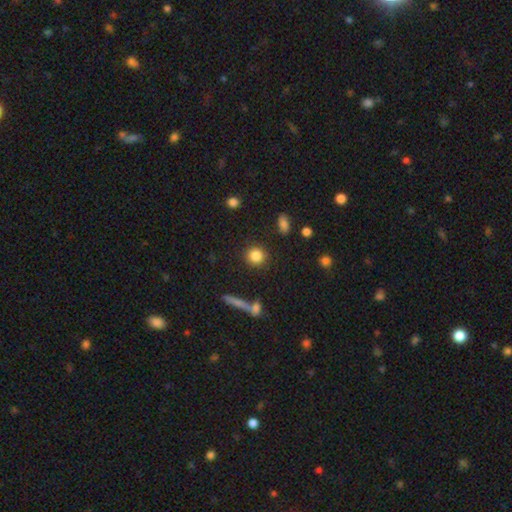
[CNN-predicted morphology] This appears to be a smooth galaxy with no disk features (85%) that is round (89%). Merging: none (87%).